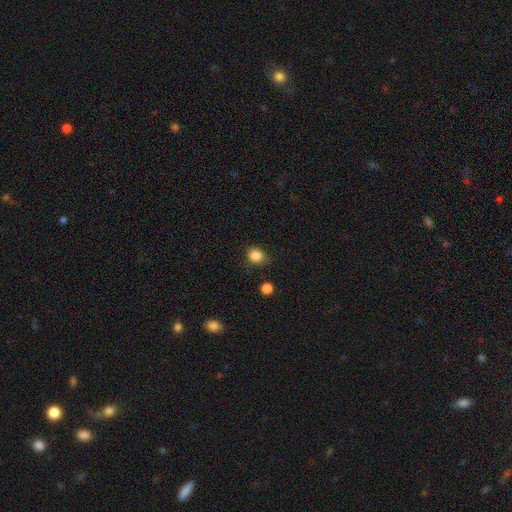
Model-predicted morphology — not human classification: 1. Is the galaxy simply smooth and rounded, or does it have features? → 85% smooth, 11% star or artifact, 5% featured or disk.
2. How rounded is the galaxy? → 64% round, 35% in between, 1% cigar-shaped.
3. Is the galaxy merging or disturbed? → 74% none, 19% minor disturbance, 4% major disturbance, 2% merger.